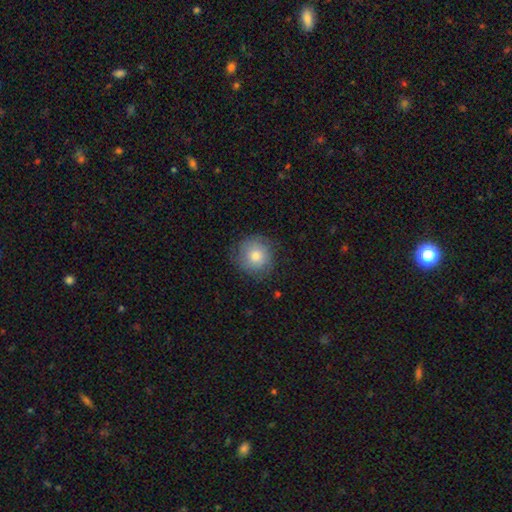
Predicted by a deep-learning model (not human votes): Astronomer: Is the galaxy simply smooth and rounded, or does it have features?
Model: smooth — 72%.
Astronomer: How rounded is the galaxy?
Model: round — 92%.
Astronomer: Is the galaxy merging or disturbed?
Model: none — 78%.